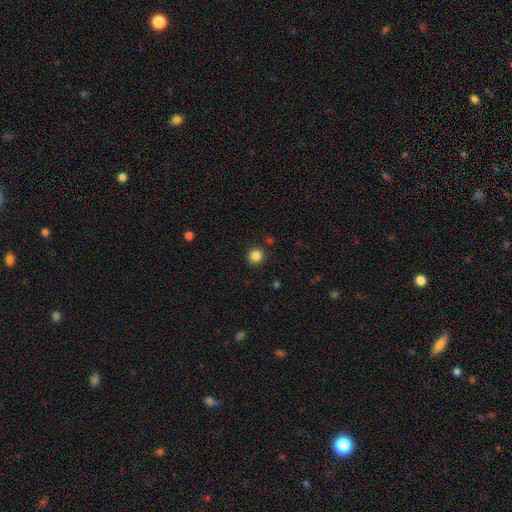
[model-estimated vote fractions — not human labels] This appears to be a smooth galaxy with no disk features (85%) that is round (93%). Merging: none (91%).